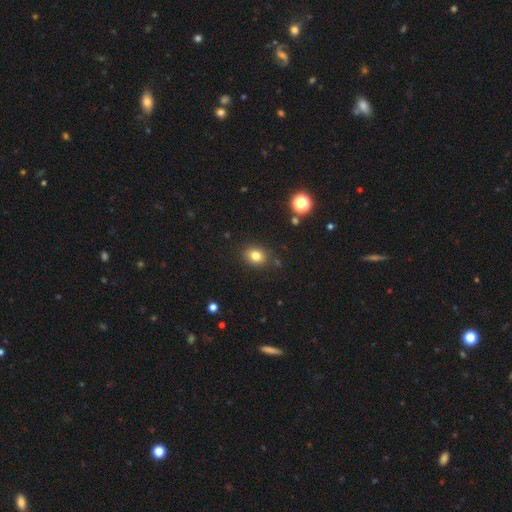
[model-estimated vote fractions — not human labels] A smooth galaxy with no disk features (80%) that is round (52%). Merging: none (85%).